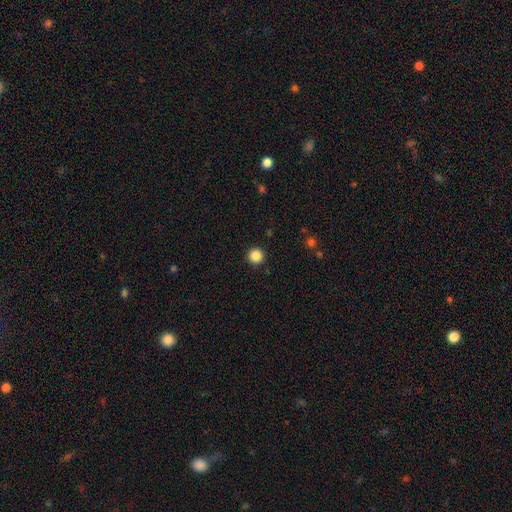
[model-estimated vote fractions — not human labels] smooth 86%, star or artifact 11%, featured or disk 3%. Down the decision tree: how rounded — round (96%); merging — none (93%).